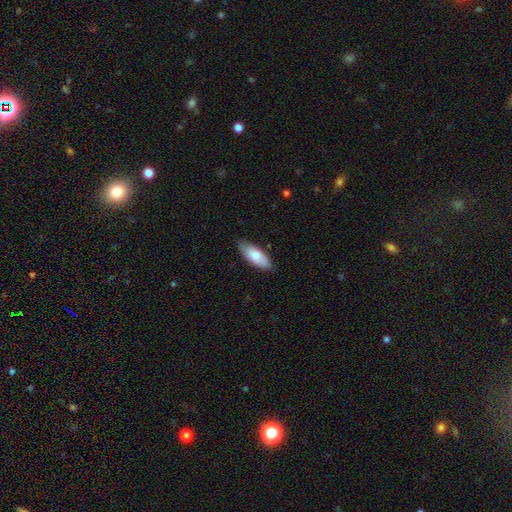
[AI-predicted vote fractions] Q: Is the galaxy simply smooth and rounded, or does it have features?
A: smooth — 77%.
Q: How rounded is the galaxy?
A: in between — 80%.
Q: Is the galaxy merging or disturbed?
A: none — 83%.